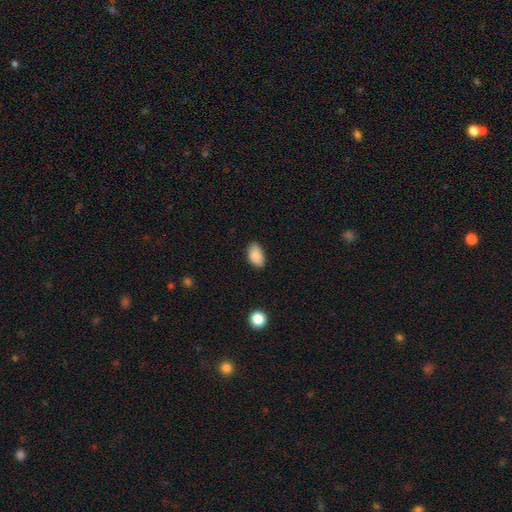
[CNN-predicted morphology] A smooth galaxy with no disk features (88%) that is in between round and cigar-shaped (92%). Merging: none (75%).